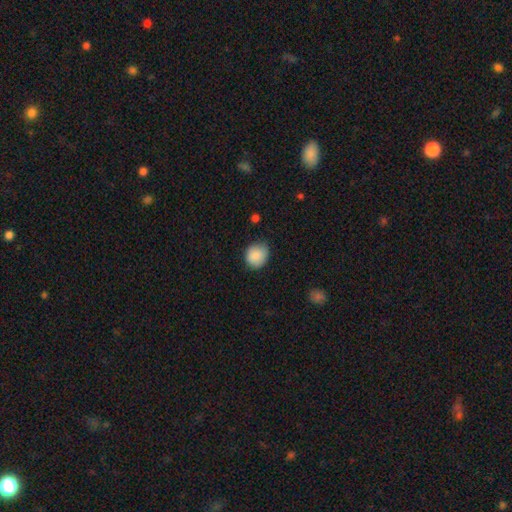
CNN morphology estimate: smooth 88%, star or artifact 8%, featured or disk 4%. Down the decision tree: how rounded — round (75%); merging — none (72%).